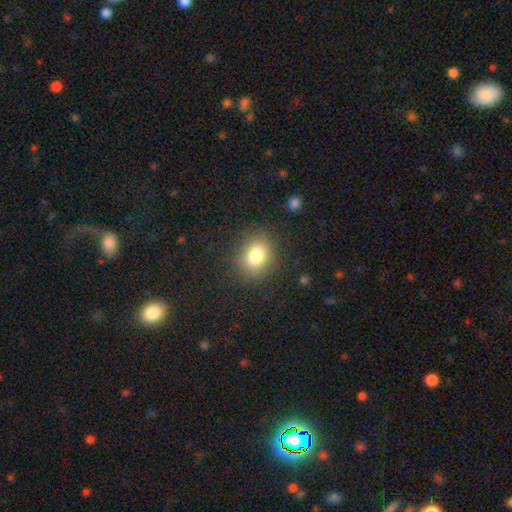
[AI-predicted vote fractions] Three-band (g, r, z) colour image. It shows a smooth galaxy with no disk features (81%) that is round (51%). Merging: none (83%).